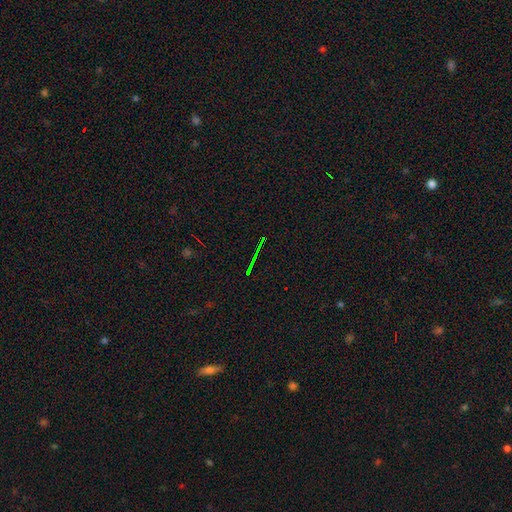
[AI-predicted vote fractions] This is likely a star or artifact rather than a galaxy (75%).